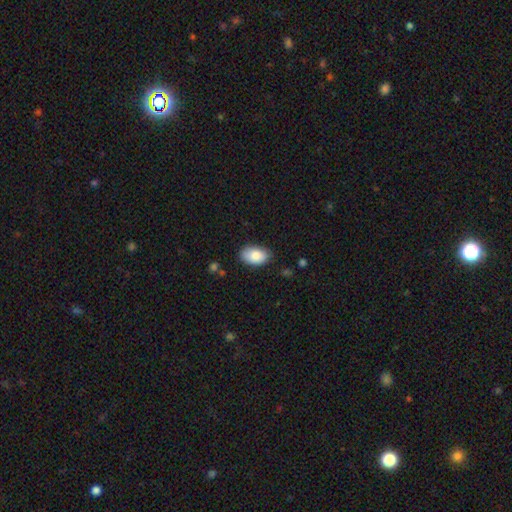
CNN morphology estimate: Smooth or featured?
  - smooth: 84% *
  - featured or disk: 10%
  - star or artifact: 6%
How rounded?
  - in between: 92% *
  - round: 7%
  - cigar-shaped: 1%
Merging?
  - none: 79% *
  - minor disturbance: 17%
  - major disturbance: 3%
  - merger: 1%